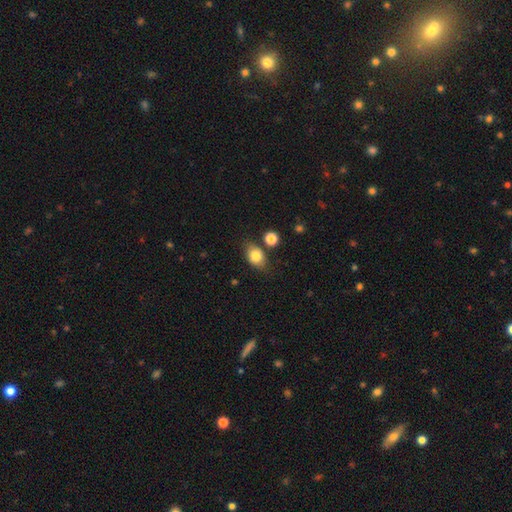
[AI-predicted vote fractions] Smooth or featured? smooth (81%)
How rounded? in between (76%)
Merging? none (73%)